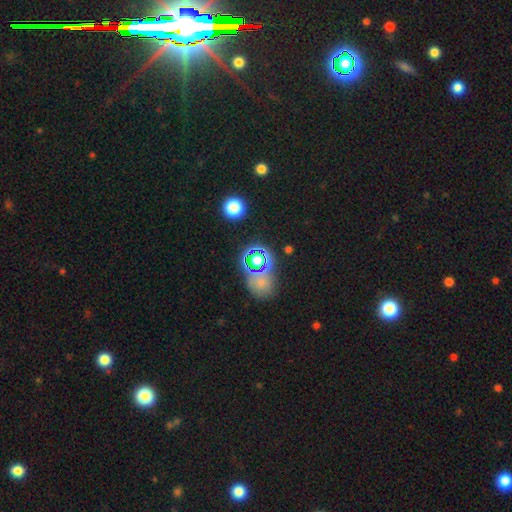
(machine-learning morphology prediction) Smooth or featured: star or artifact — 60% (smooth — 30%)